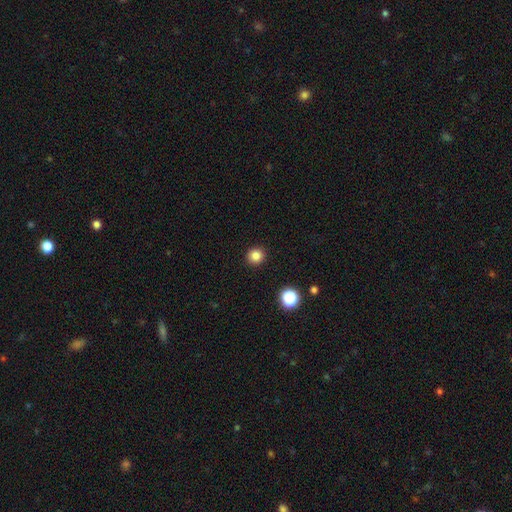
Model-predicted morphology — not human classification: A smooth galaxy with no disk features (83%) that is round (92%). Merging: none (93%).